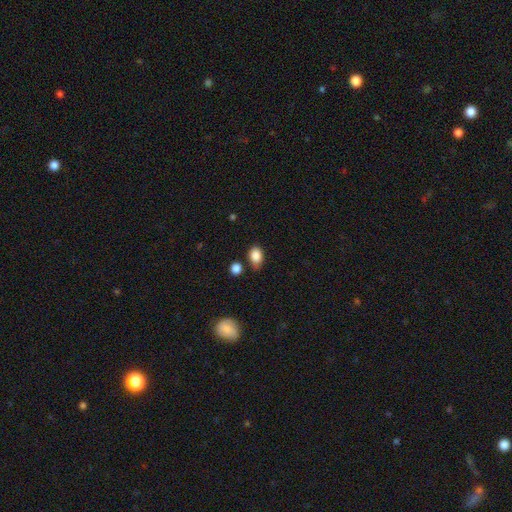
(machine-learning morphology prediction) smooth-or-featured: smooth: 86% | star or artifact: 9% | featured or disk: 5%
  how-rounded: in between: 71% | round: 28% | cigar-shaped: 1%
  merging: none: 64% | minor disturbance: 25% | merger: 7% | major disturbance: 5%